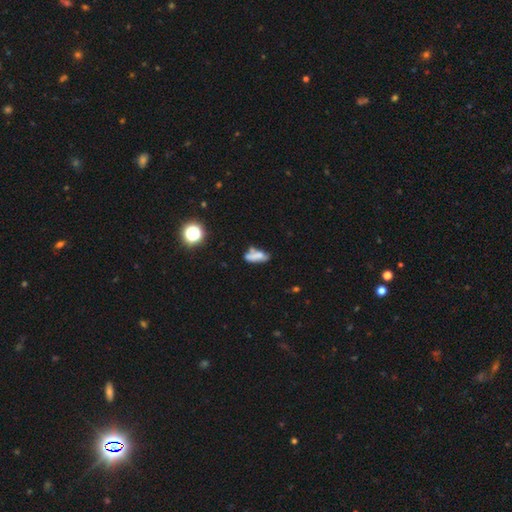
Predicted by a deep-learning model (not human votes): Morphology: type=smooth (61%); roundness=in between (65%); merging=none (38%).